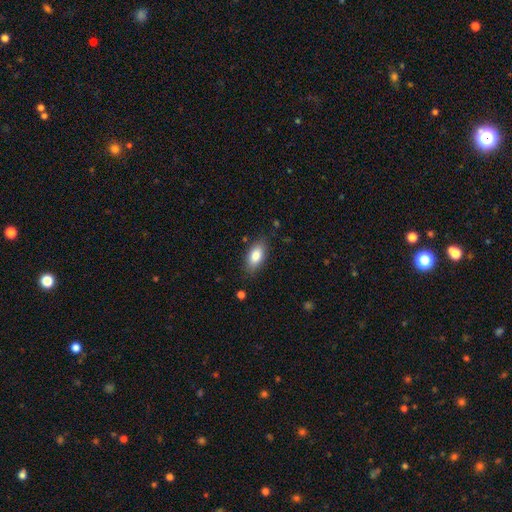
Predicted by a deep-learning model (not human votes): smooth-or-featured: smooth: 84% | featured or disk: 9% | star or artifact: 7%
  how-rounded: in between: 90% | cigar-shaped: 7% | round: 3%
  merging: none: 83% | minor disturbance: 13% | major disturbance: 3% | merger: 1%